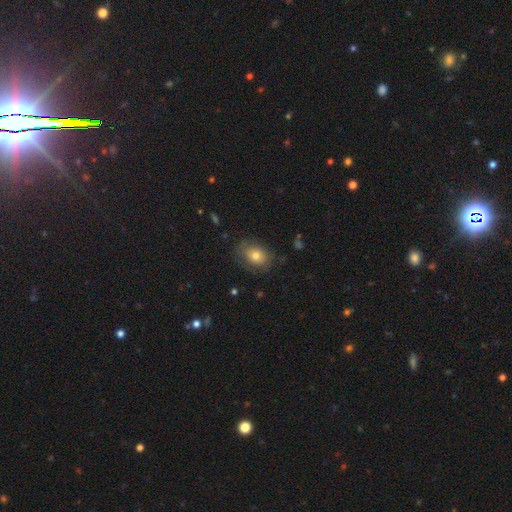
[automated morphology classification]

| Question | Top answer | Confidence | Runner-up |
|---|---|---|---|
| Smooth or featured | smooth | 72% | featured or disk (19%) |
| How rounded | in between | 65% | round (34%) |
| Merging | none | 72% | minor disturbance (19%) |